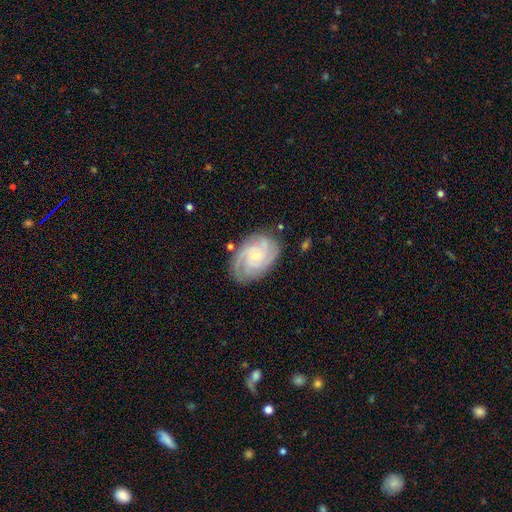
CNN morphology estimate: This appears to be a featured or disk galaxy (86%) with no bar (73%), 3 (38%) tight (66%) spiral arms (98%) and a small central bulge (72%). Merging: none (80%).